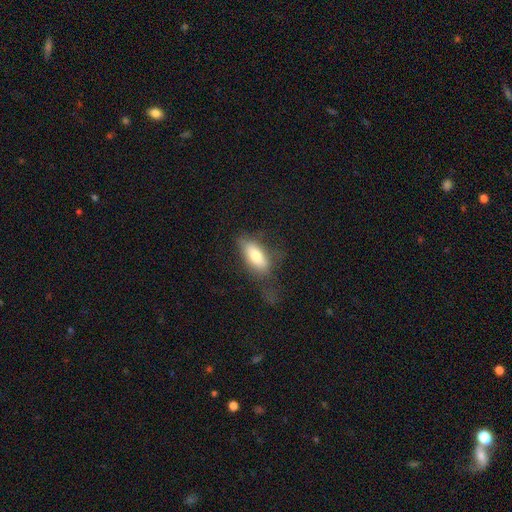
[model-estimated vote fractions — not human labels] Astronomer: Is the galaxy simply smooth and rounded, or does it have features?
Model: smooth — 74%.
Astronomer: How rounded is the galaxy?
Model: in between — 83%.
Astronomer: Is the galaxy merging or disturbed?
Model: none — 46% (runner-up: minor disturbance, 27%).